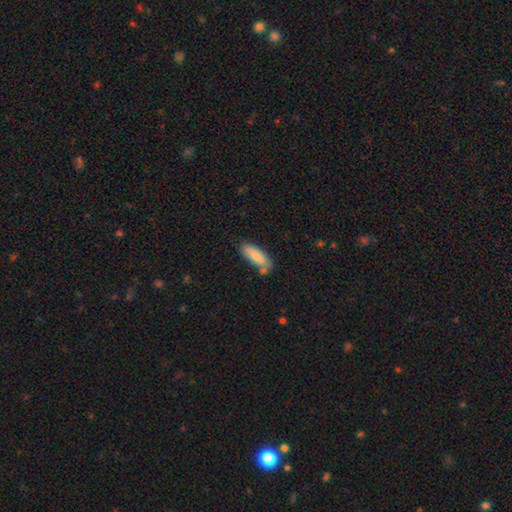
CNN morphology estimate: The model was most divided on "how rounded": in between: 66%, cigar-shaped: 32%, round: 2%. More confident: smooth or featured — smooth (84%); merging — none (71%).